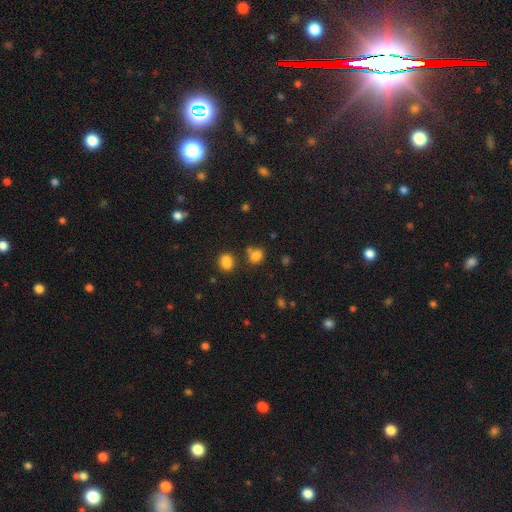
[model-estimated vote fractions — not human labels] This appears to be a smooth galaxy with no disk features (79%) that is in between round and cigar-shaped (51%). Merging: none (59%).